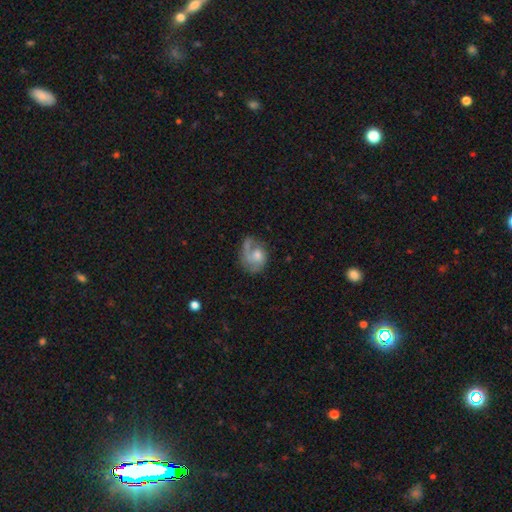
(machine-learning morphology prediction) Smooth or featured: featured or disk — 59% (smooth — 33%)
Edge-on disk: no — 97% (yes — 3%)
Bar: no — 73% (weak — 23%)
Spiral arms: yes — 78% (no — 22%)
Bulge size: moderate — 46% (small — 37%)
Merging: none — 43% (major disturbance — 28%)